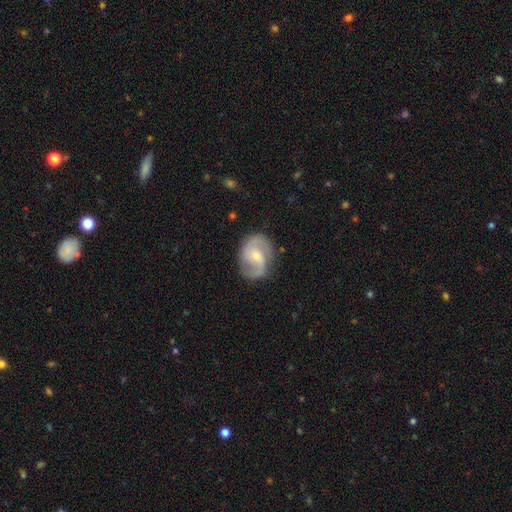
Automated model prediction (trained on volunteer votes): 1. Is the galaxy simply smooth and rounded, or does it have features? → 82% featured or disk, 12% smooth, 5% star or artifact.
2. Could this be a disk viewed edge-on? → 98% no, 2% yes.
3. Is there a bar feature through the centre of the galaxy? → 45% weak, 43% no, 12% strong.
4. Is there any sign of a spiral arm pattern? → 95% yes, 5% no.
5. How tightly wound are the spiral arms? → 51% medium, 31% loose, 18% tight.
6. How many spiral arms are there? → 88% 2, 4% can't tell, 3% 1, 2% 3, 1% 4, 1% more than 4.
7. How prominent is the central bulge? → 55% small, 40% moderate, 2% none, 2% large, 1% dominant.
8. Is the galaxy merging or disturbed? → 77% none, 16% minor disturbance, 6% major disturbance, 1% merger.